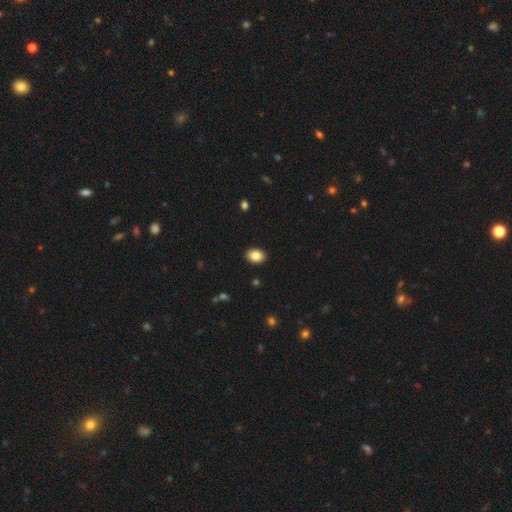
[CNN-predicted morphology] smooth_or_featured: smooth (p=0.85) [alt: star or artifact p=0.08]
how_rounded: in between (p=0.73) [alt: round p=0.26]
merging: none (p=0.91) [alt: minor disturbance p=0.07]